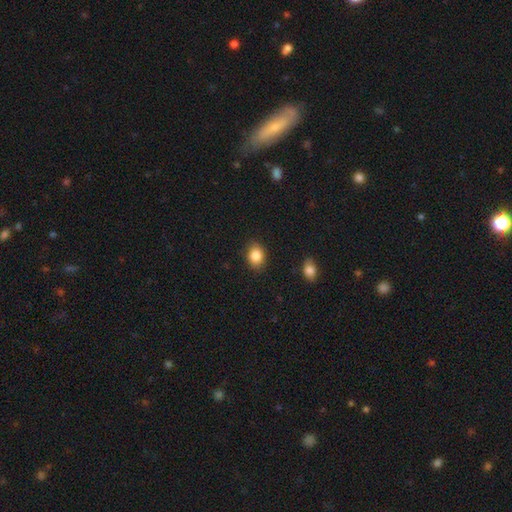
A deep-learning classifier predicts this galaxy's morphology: Smooth or featured? Predicted: smooth (p=0.86). How rounded? Predicted: in between (p=0.62). Merging? Predicted: none (p=0.85).